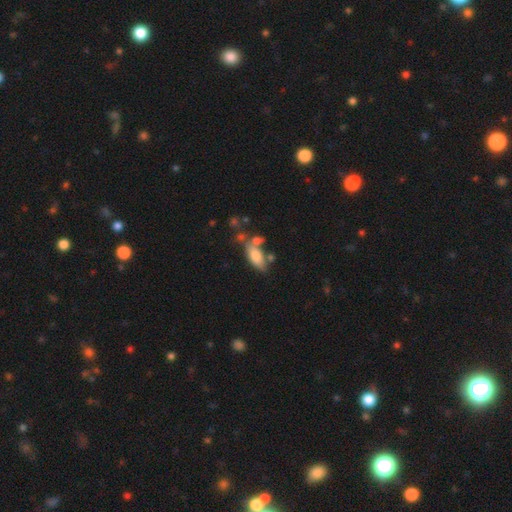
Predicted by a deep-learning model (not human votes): The model was most divided on "merging": none: 50%, merger: 22%, minor disturbance: 19%, major disturbance: 9%. More confident: how rounded — in between (82%); smooth or featured — smooth (77%).